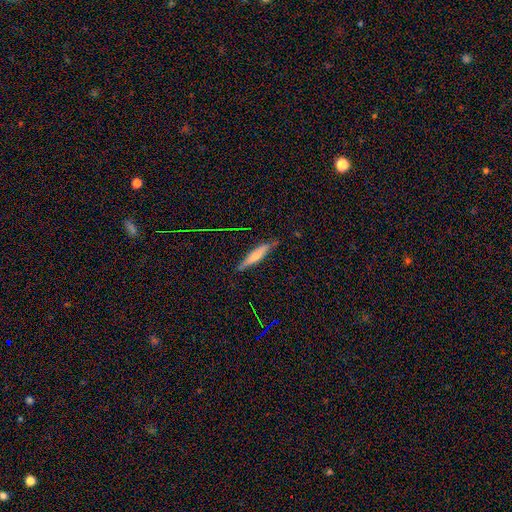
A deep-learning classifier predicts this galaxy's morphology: type=smooth (57%); roundness=cigar-shaped (86%); merging=none (80%).